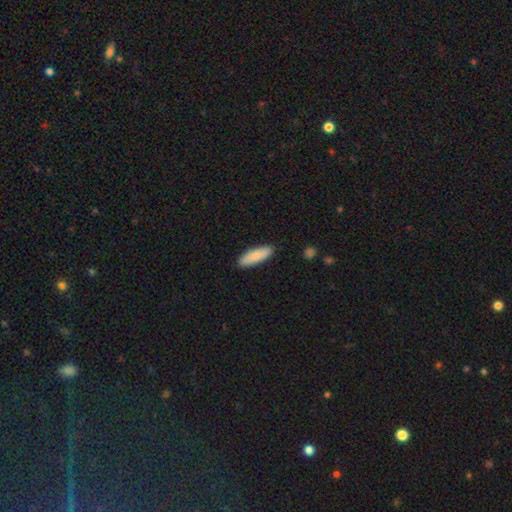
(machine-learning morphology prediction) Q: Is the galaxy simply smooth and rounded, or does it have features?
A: smooth — 87%.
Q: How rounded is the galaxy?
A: in between — 51%.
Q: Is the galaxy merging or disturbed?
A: none — 89%.